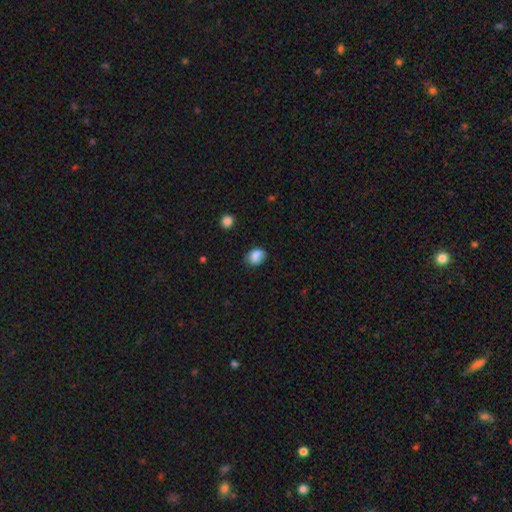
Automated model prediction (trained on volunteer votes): Smooth or featured? Predicted: smooth (p=0.82). How rounded? Predicted: in between (p=0.60). Merging? Predicted: none (p=0.68).